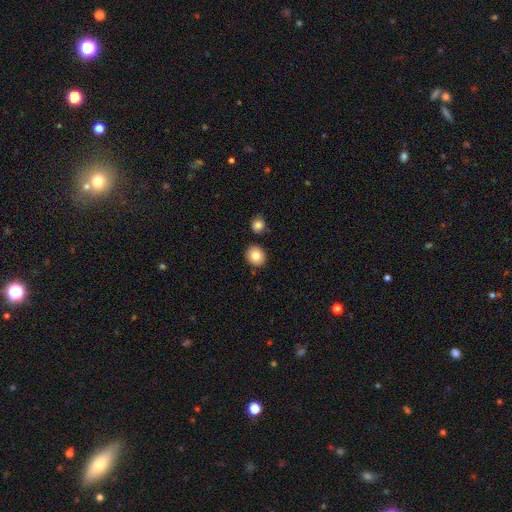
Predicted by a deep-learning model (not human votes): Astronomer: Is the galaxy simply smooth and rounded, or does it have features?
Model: smooth — 82%.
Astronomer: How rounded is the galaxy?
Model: round — 82%.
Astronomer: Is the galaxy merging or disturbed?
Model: none — 86%.